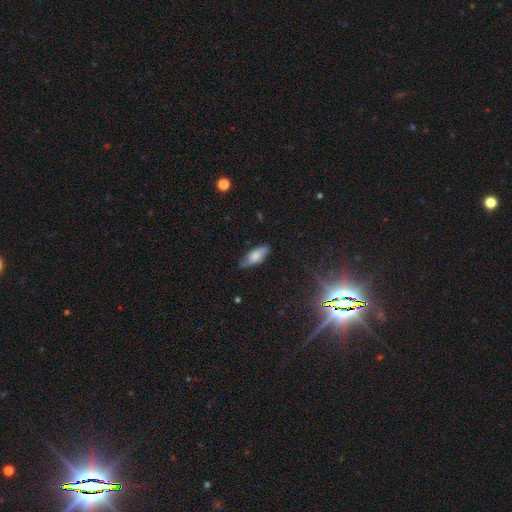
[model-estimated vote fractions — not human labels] Smooth or featured? Predicted: smooth (p=0.71). How rounded? Predicted: in between (p=0.78). Merging? Predicted: none (p=0.73).